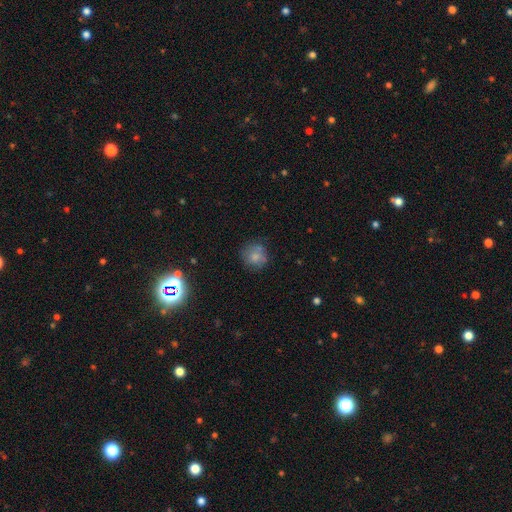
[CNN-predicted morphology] Overall: smooth (73%). How rounded: round (88%). Merging: none (68%).